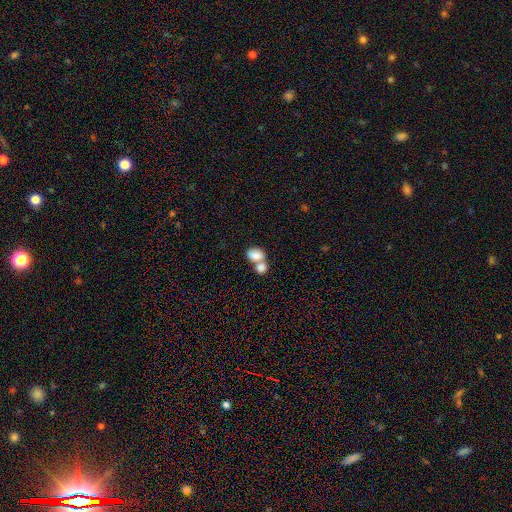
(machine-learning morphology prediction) Smooth or featured? Predicted: smooth (p=0.82). How rounded? Predicted: in between (p=0.77). Merging? Predicted: merger (p=0.65).